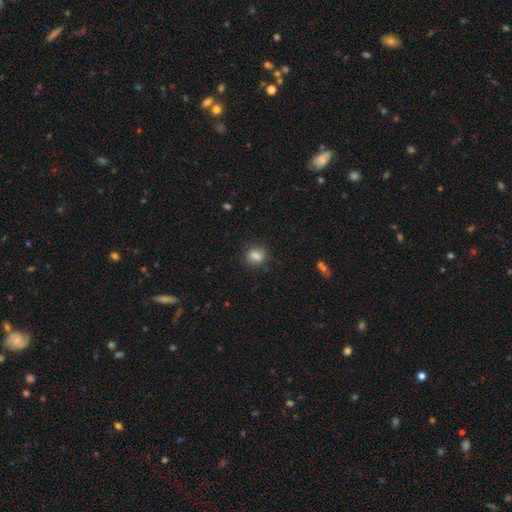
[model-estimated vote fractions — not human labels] A smooth galaxy with no disk features (81%) that is round (60%). Merging: none (81%).